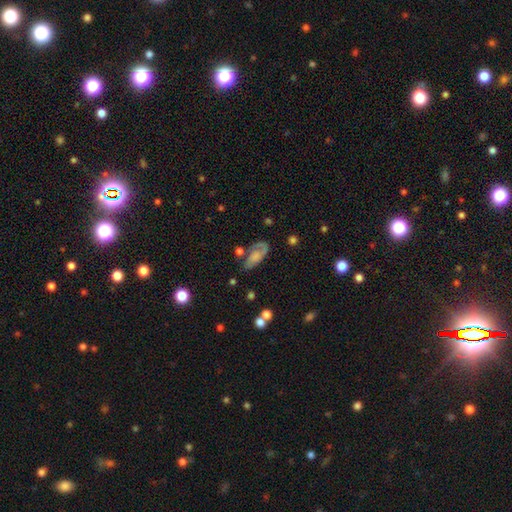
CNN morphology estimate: A featured or disk galaxy (53%).

Vote fractions:
- Smooth or featured? featured or disk: 53% / smooth: 39% / star or artifact: 8%
- Edge-on disk? no: 93% / yes: 7%
- Merging? none: 48% / minor disturbance: 26% / major disturbance: 18% / merger: 8%